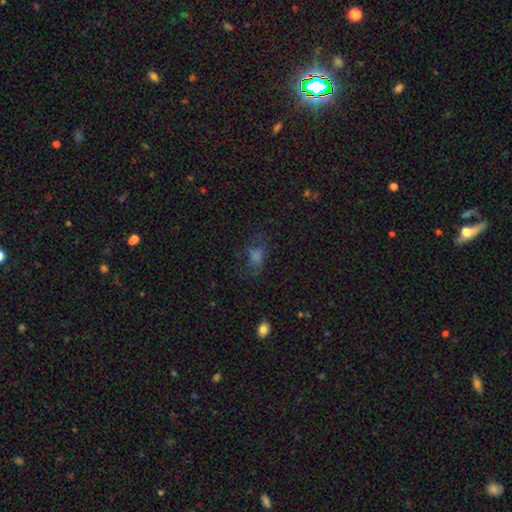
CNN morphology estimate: Smooth or featured?
  - smooth: 49% *
  - star or artifact: 28%
  - featured or disk: 23%
Merging?
  - none: 58% *
  - minor disturbance: 21%
  - major disturbance: 19%
  - merger: 3%